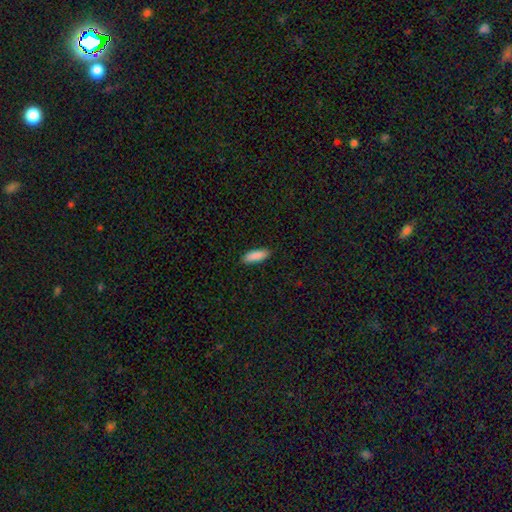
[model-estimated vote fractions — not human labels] smooth 90%, star or artifact 6%, featured or disk 4%. Down the decision tree: how rounded — in between (54%); merging — none (89%).